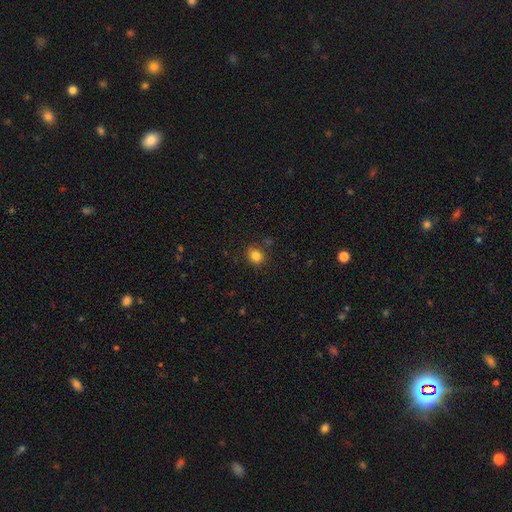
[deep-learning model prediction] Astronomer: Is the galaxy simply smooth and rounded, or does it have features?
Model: smooth — 82%.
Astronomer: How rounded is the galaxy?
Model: round — 69%.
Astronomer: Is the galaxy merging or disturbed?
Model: none — 83%.